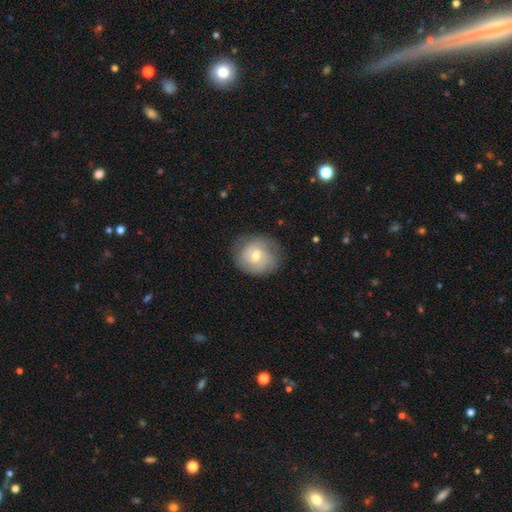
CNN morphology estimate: smooth-or-featured: smooth: 52% | featured or disk: 41% | star or artifact: 7%
  how-rounded: round: 74% | in between: 25% | cigar-shaped: 1%
  merging: none: 75% | minor disturbance: 18% | major disturbance: 6% | merger: 1%